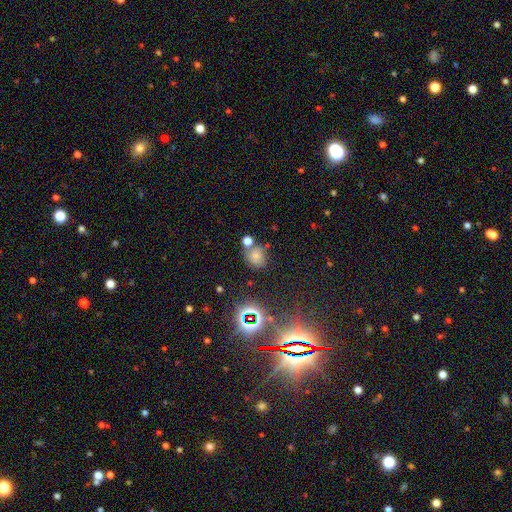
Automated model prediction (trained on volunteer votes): Q: Smooth or featured?
A: smooth (58%); runner-up: star or artifact (28%)
Q: How rounded?
A: round (69%); runner-up: in between (29%)
Q: Merging?
A: none (56%); runner-up: merger (20%)